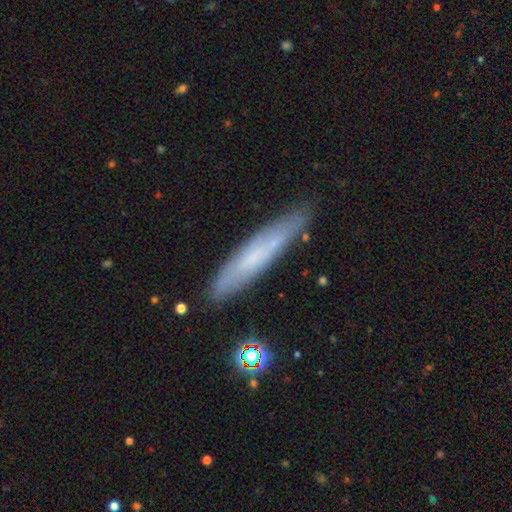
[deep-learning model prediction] Overall: smooth (48%; featured or disk 43%). Merging: none (84%).